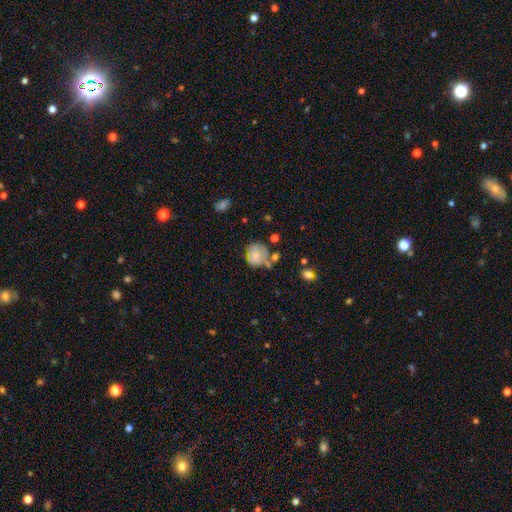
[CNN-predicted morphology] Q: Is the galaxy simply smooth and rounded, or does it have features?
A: smooth — 68%.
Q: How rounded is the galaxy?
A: round — 62%.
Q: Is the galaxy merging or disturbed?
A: none — 39%.